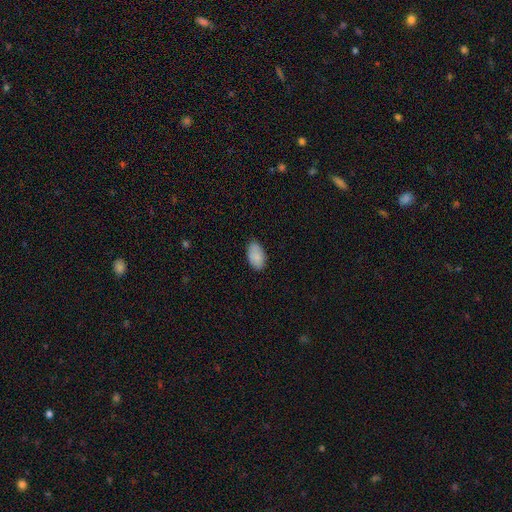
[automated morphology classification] The model was most divided on "merging": none: 83%, minor disturbance: 14%, major disturbance: 2%, merger: 1%. More confident: how rounded — in between (94%); smooth or featured — smooth (87%).